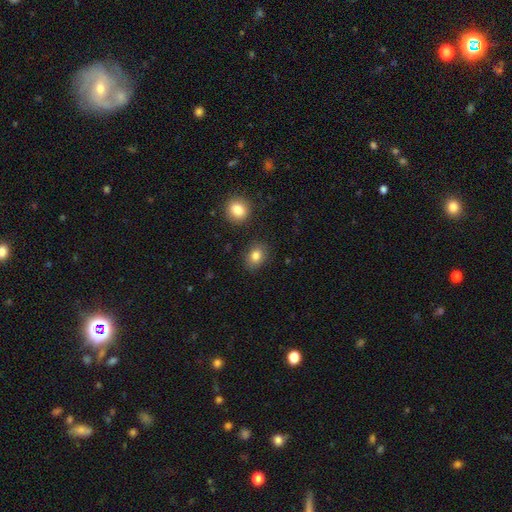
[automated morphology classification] Smooth or featured? smooth (83%)
How rounded? in between (59%)
Merging? none (84%)